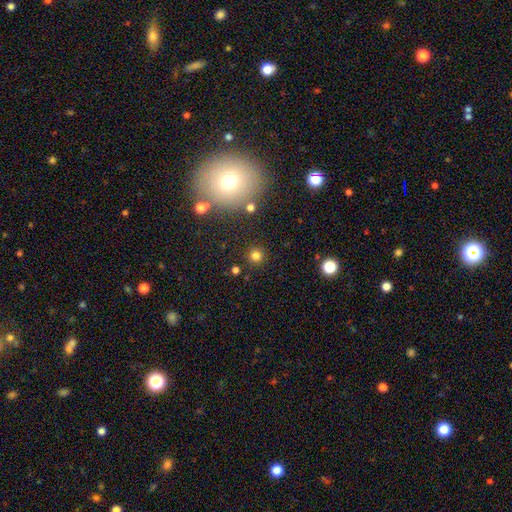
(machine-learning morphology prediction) smooth-or-featured: smooth: 78% | star or artifact: 16% | featured or disk: 6%
  how-rounded: round: 94% | in between: 5% | cigar-shaped: 1%
  merging: none: 88% | minor disturbance: 6% | merger: 3% | major disturbance: 3%